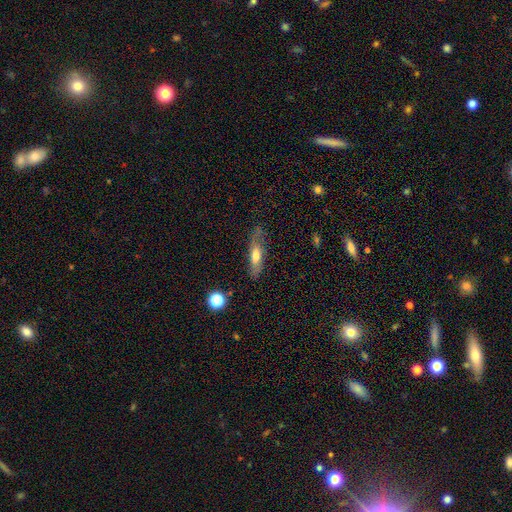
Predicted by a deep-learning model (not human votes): Smooth or featured?
  - smooth: 52% *
  - featured or disk: 40%
  - star or artifact: 8%
How rounded?
  - cigar-shaped: 57% *
  - in between: 40%
  - round: 3%
Merging?
  - none: 69% *
  - minor disturbance: 21%
  - major disturbance: 8%
  - merger: 2%